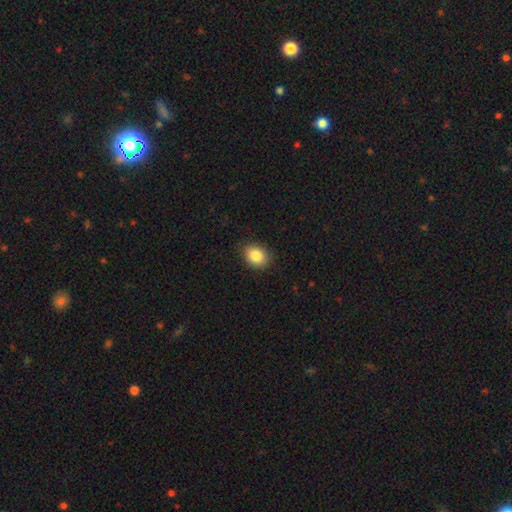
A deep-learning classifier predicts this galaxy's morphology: Overall: smooth (86%). How rounded: in between (56%; round 43%). Merging: none (88%).